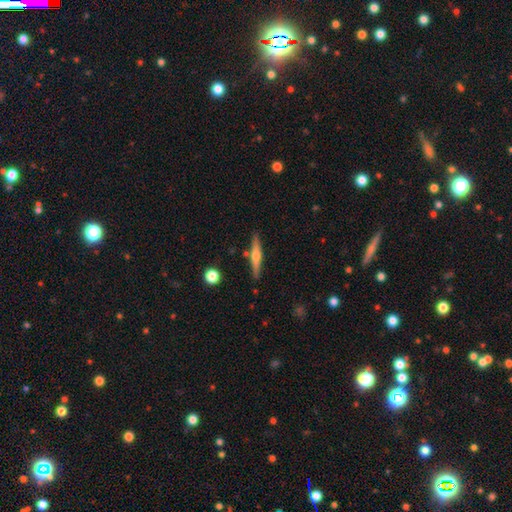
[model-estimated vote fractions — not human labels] The model was most divided on "smooth or featured": featured or disk: 56%, smooth: 38%, star or artifact: 6%. More confident: edge-on disk — yes (96%); merging — none (85%); edge-on bulge — rounded (84%).